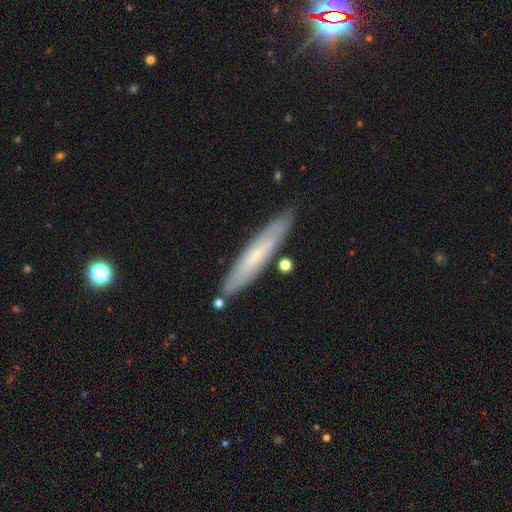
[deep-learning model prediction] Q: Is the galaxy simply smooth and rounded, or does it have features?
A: featured or disk — 49%.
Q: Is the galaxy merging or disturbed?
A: none — 84%.